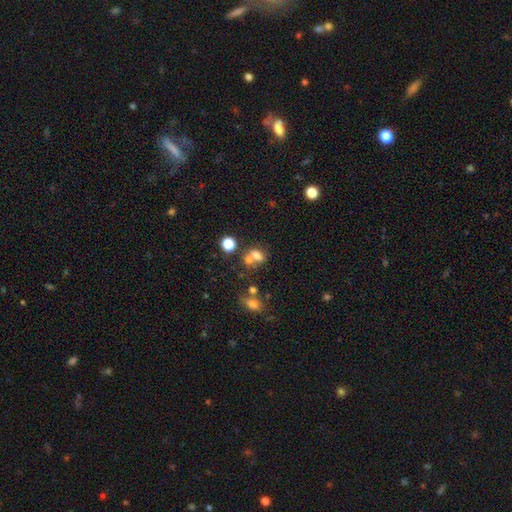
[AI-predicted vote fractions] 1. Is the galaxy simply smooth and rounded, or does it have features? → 68% smooth, 17% star or artifact, 15% featured or disk.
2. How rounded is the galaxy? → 62% in between, 36% round, 3% cigar-shaped.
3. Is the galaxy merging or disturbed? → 46% merger, 37% none, 11% minor disturbance, 6% major disturbance.